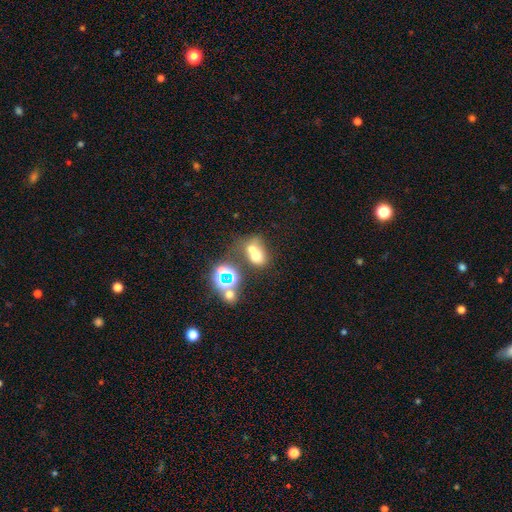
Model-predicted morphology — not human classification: smooth_or_featured: smooth (p=0.59) [alt: star or artifact p=0.21]
how_rounded: round (p=0.56) [alt: in between p=0.42]
merging: merger (p=0.60) [alt: none p=0.27]